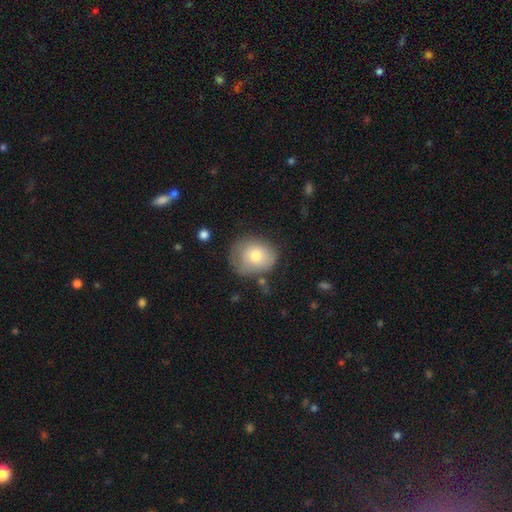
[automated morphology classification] Q: Smooth or featured?
A: smooth (73%); runner-up: featured or disk (18%)
Q: How rounded?
A: round (61%); runner-up: in between (38%)
Q: Merging?
A: none (61%); runner-up: minor disturbance (26%)